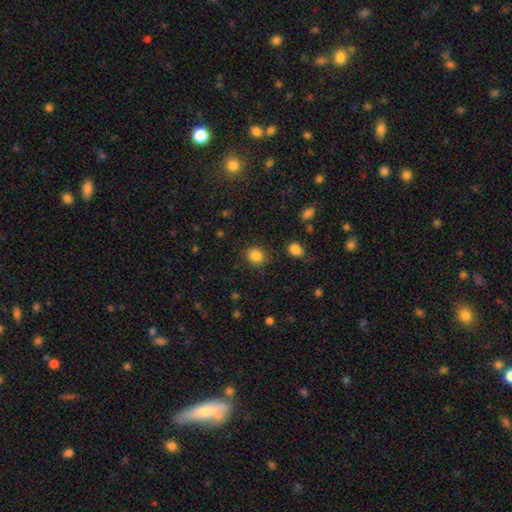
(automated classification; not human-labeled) smooth 85%, star or artifact 11%, featured or disk 4%. Down the decision tree: how rounded — round (76%); merging — none (86%).